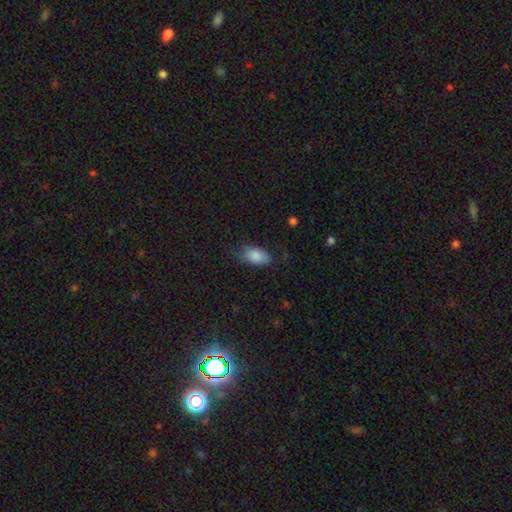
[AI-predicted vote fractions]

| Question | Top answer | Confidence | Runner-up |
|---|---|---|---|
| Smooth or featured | smooth | 86% | star or artifact (7%) |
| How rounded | in between | 91% | round (5%) |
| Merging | none | 69% | minor disturbance (23%) |